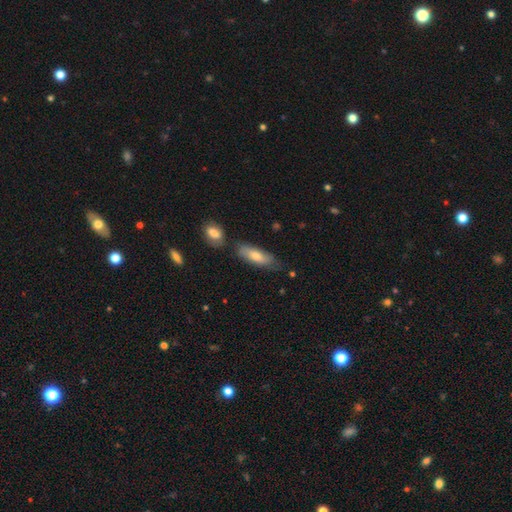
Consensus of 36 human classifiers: A smooth galaxy with no disk features (72%) that is in between round and cigar-shaped (58%). Merging: none (60%).